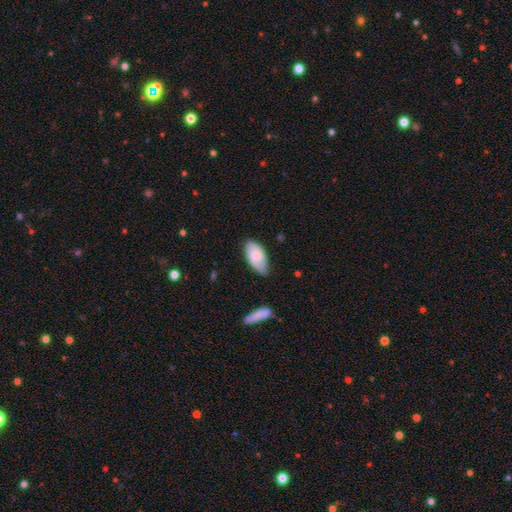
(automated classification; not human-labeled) smooth 62%, featured or disk 32%, star or artifact 7%. Down the decision tree: how rounded — in between (93%); merging — none (65%).